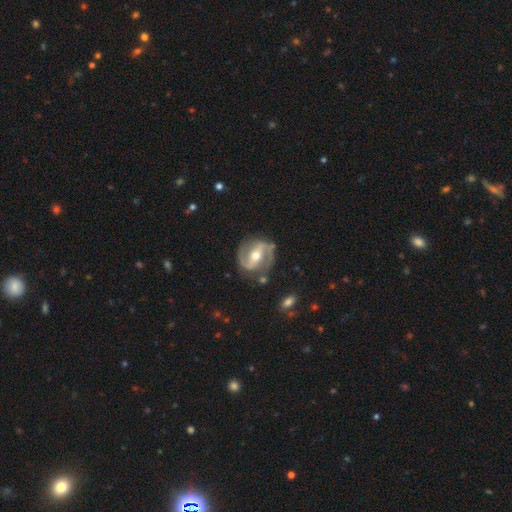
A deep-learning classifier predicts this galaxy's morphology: Smooth or featured: featured or disk — 89% (smooth — 7%)
Edge-on disk: no — 97% (yes — 3%)
Bar: strong — 51% (weak — 32%)
Spiral arms: yes — 95% (no — 5%)
Spiral winding: medium — 55% (tight — 28%)
Spiral arm count: 2 — 92% (can't tell — 3%)
Bulge size: moderate — 68% (small — 27%)
Merging: none — 82% (minor disturbance — 12%)